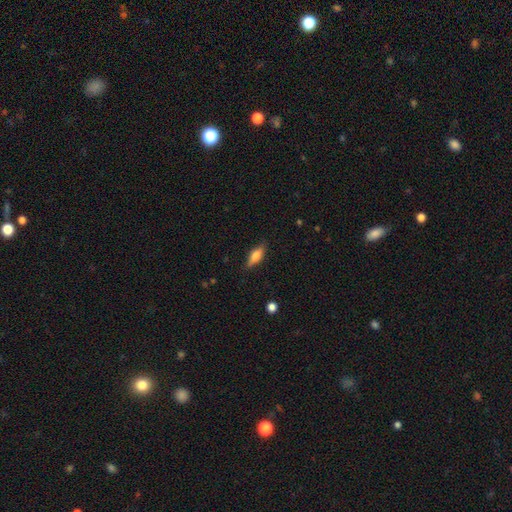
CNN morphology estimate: The model was most divided on "how rounded": in between: 62%, cigar-shaped: 35%, round: 3%. More confident: merging — none (81%); smooth or featured — smooth (68%).